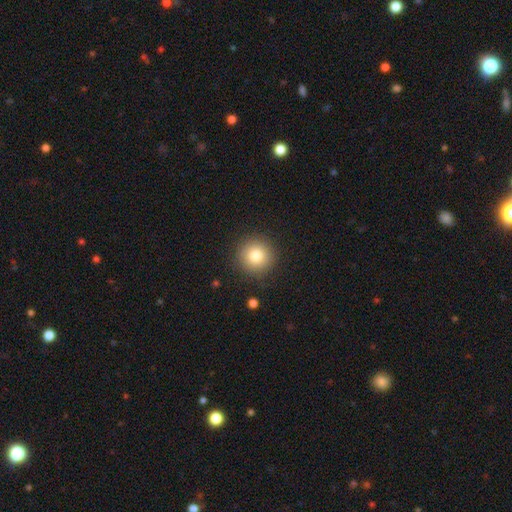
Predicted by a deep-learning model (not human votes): Smooth or featured?
  - smooth: 81% *
  - star or artifact: 11%
  - featured or disk: 8%
How rounded?
  - round: 95% *
  - in between: 4%
  - cigar-shaped: 1%
Merging?
  - none: 89% *
  - minor disturbance: 7%
  - major disturbance: 2%
  - merger: 1%